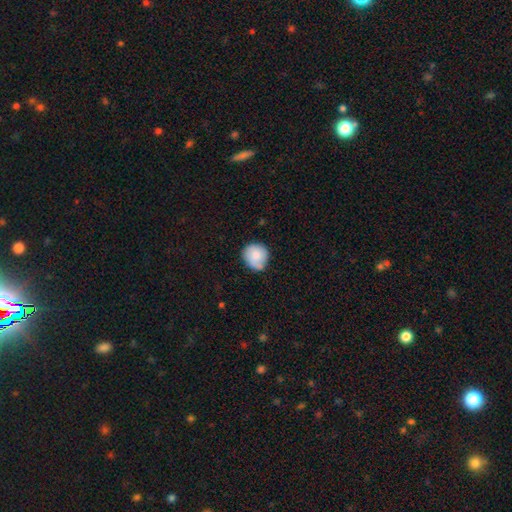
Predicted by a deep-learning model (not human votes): Smooth or featured?
  - smooth: 77% *
  - featured or disk: 16%
  - star or artifact: 7%
How rounded?
  - round: 85% *
  - in between: 14%
  - cigar-shaped: 1%
Merging?
  - none: 65% *
  - minor disturbance: 27%
  - major disturbance: 5%
  - merger: 3%